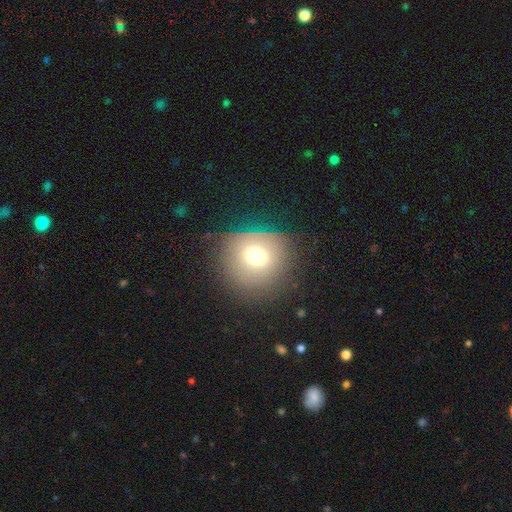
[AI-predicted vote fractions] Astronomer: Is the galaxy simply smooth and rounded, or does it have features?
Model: smooth — 66%.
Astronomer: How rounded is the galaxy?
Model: round — 81%.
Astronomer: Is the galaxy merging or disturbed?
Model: none — 76%.